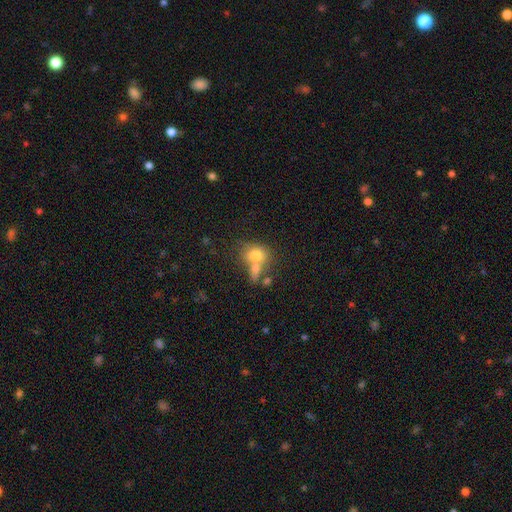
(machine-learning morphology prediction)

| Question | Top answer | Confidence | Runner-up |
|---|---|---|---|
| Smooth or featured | smooth | 73% | featured or disk (17%) |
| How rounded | in between | 55% | round (44%) |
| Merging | merger | 49% | none (31%) |